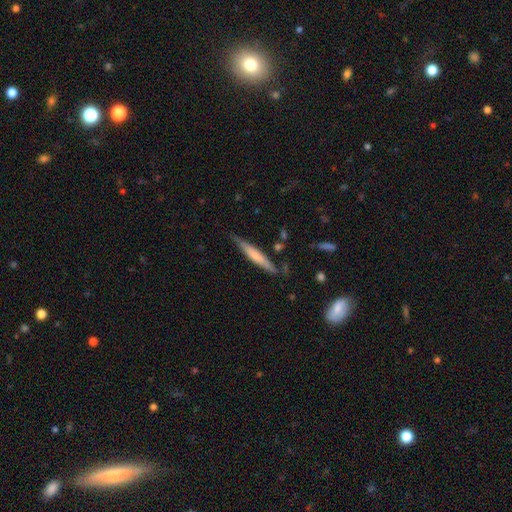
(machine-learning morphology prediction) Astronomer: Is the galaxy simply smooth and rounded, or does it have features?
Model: smooth — 57% (runner-up: featured or disk, 38%).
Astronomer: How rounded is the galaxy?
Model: cigar-shaped — 93%.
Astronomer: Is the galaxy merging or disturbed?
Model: none — 79%.